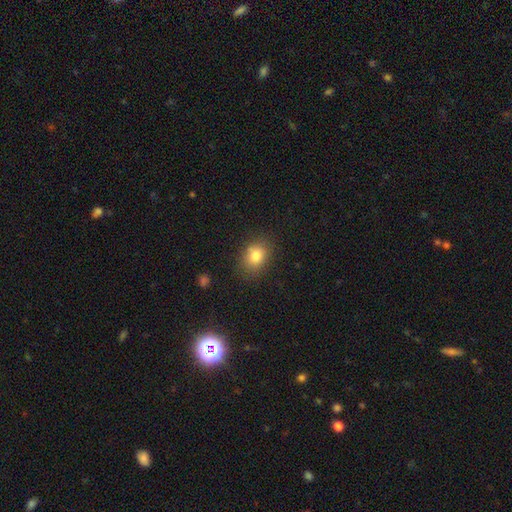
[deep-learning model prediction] Smooth or featured? smooth (81%)
How rounded? in between (57%)
Merging? none (81%)